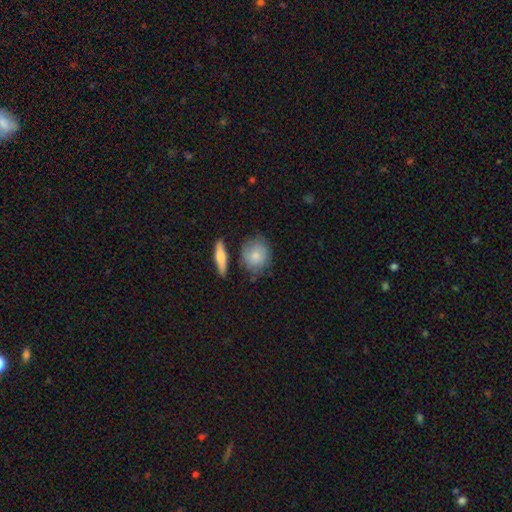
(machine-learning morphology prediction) This is likely a smooth galaxy (76%). How rounded: likely round (72%). Merging: likely none (69%).